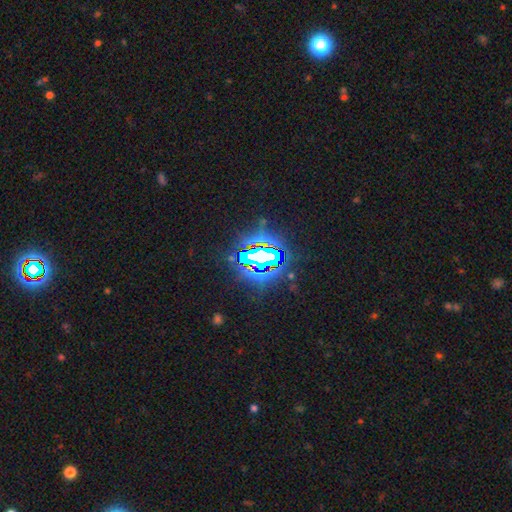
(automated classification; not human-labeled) A star or artifact, not a galaxy (79%).

Vote fractions:
- Smooth or featured? star or artifact: 79% / featured or disk: 11% / smooth: 10%